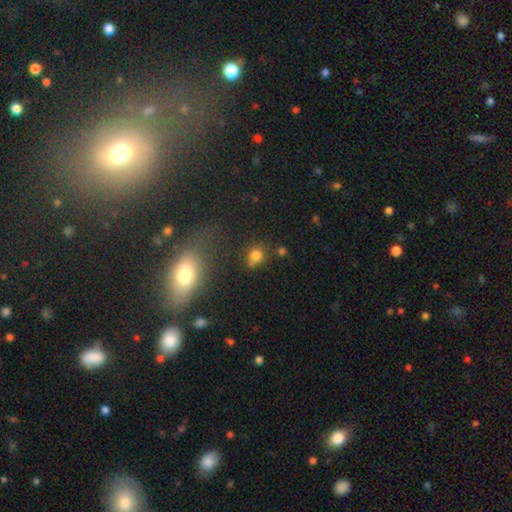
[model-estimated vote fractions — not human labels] This appears to be a smooth galaxy with no disk features (77%) that is round (72%). Merging: none (65%).